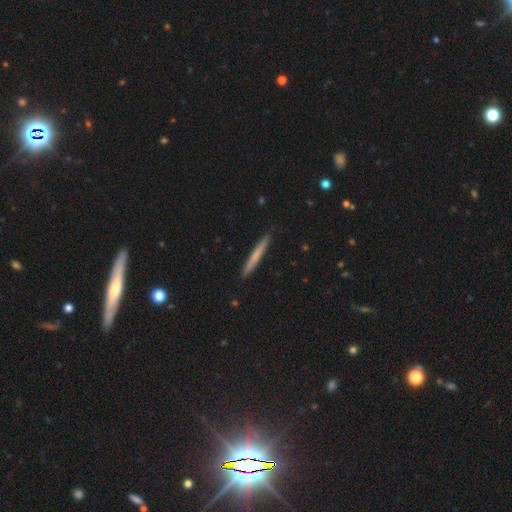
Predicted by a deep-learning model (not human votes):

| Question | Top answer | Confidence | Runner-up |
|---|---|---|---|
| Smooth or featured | smooth | 63% | featured or disk (31%) |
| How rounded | cigar-shaped | 97% | in between (2%) |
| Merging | none | 92% | minor disturbance (6%) |